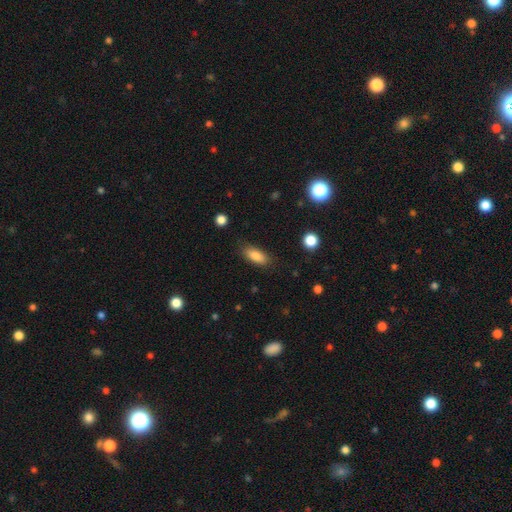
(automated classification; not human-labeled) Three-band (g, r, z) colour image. It shows a smooth galaxy with no disk features (84%) that is in between round and cigar-shaped (80%). Merging: none (84%).